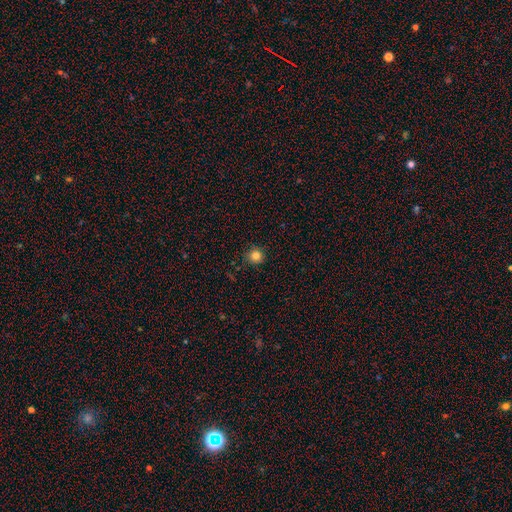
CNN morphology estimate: Smooth or featured: smooth — 83% (star or artifact — 12%)
How rounded: round — 93% (in between — 6%)
Merging: none — 88% (minor disturbance — 9%)